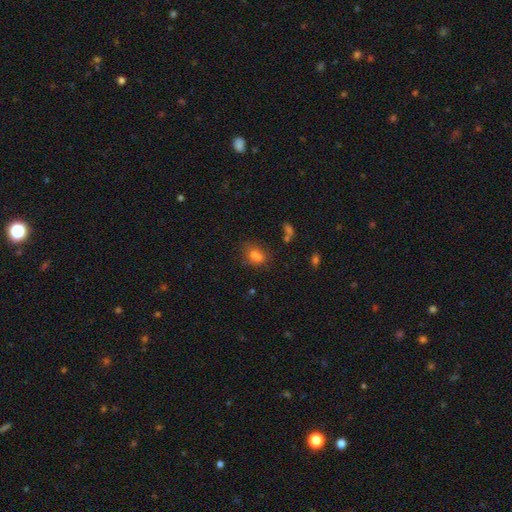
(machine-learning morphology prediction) smooth 69%, star or artifact 15%, featured or disk 15%. Down the decision tree: how rounded — in between (50%); merging — merger (41%).